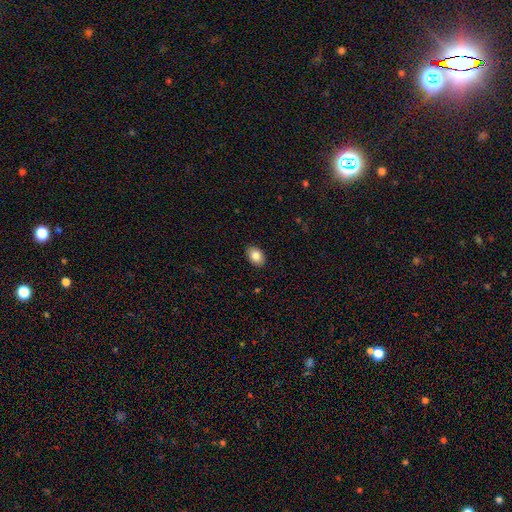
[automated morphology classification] A smooth galaxy with no disk features (86%) that is in between round and cigar-shaped (84%). Merging: none (89%).